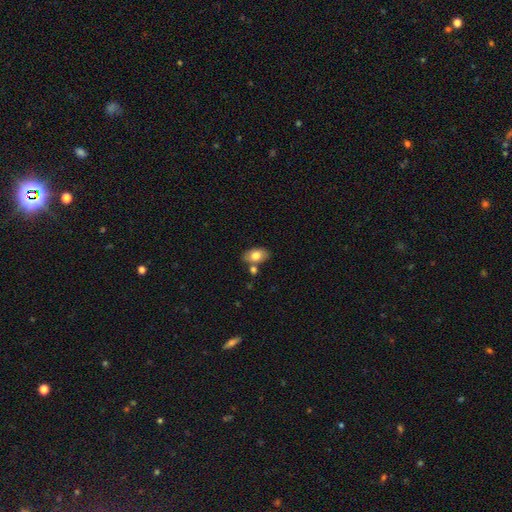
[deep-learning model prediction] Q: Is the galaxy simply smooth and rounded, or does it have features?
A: smooth — 77%.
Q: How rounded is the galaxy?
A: in between — 89%.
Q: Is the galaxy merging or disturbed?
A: none — 69%.